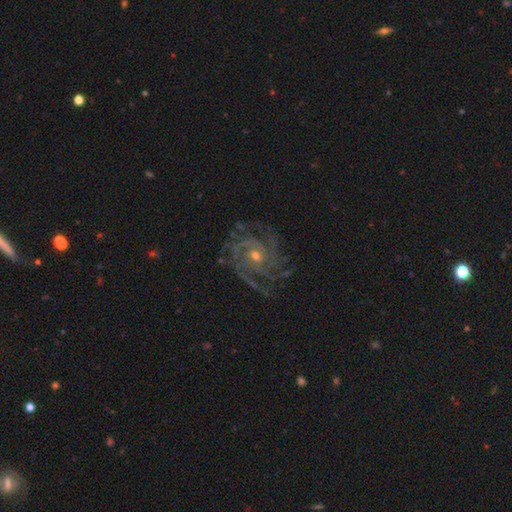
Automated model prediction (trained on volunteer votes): Smooth or featured? featured or disk (91%)
Edge-on disk? no (98%)
Bar? no (65%)
Spiral arms? yes (98%)
Spiral winding? tight (65%)
Spiral arm count? 3 (29%)
Bulge size? moderate (51%)
Merging? none (75%)